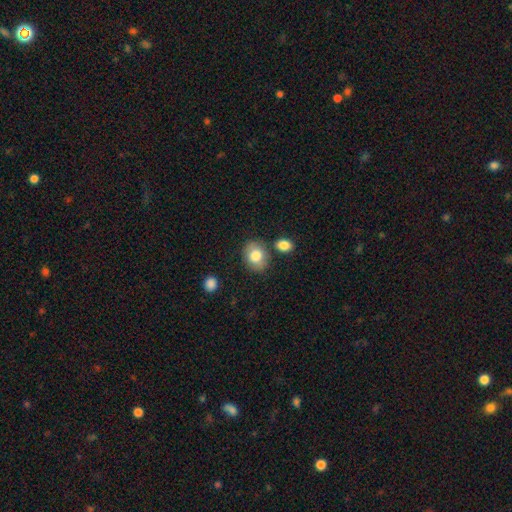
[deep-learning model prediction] smooth_or_featured: smooth (p=0.81) [alt: featured or disk p=0.11]
how_rounded: in between (p=0.55) [alt: round p=0.44]
merging: none (p=0.75) [alt: minor disturbance p=0.13]